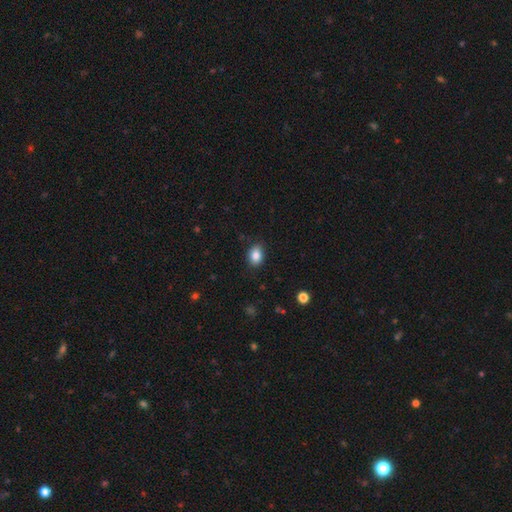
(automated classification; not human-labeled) Smooth or featured? Predicted: smooth (p=0.85). How rounded? Predicted: in between (p=0.71). Merging? Predicted: none (p=0.86).